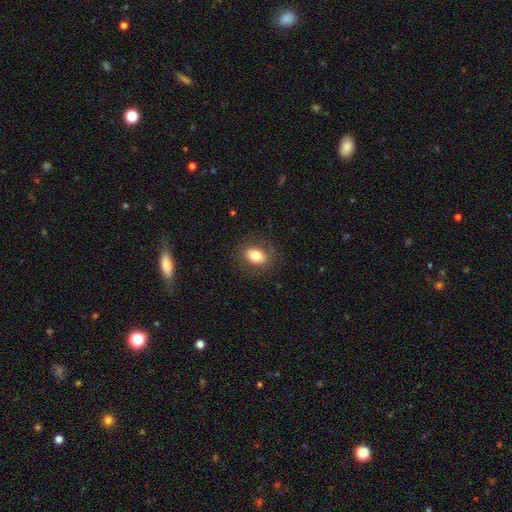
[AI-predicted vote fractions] Smooth or featured? smooth (78%)
How rounded? in between (75%)
Merging? none (84%)